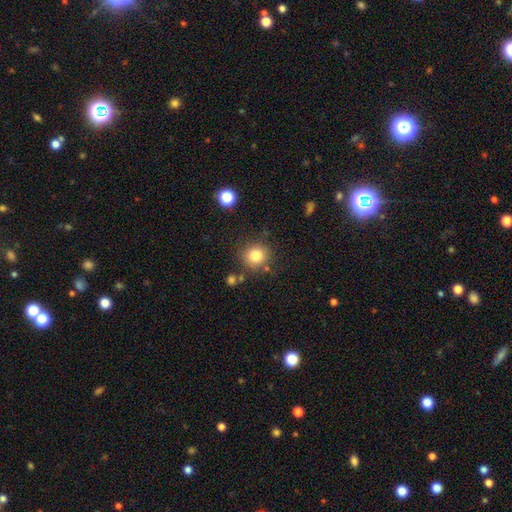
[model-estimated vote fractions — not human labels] smooth-or-featured: smooth: 81% | star or artifact: 11% | featured or disk: 7%
  how-rounded: round: 91% | in between: 9% | cigar-shaped: 1%
  merging: none: 82% | minor disturbance: 10% | merger: 5% | major disturbance: 4%